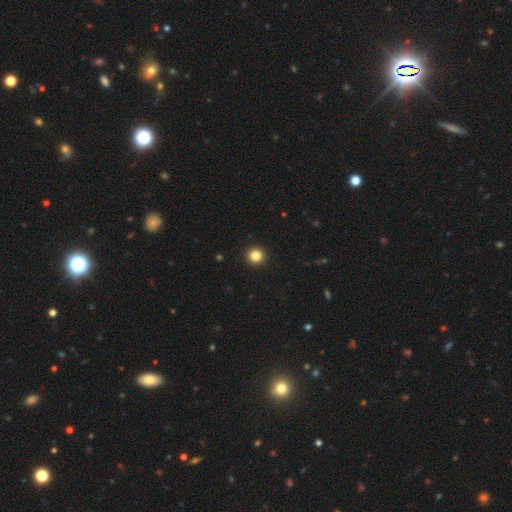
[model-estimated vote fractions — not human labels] Smooth or featured?
  - smooth: 84% *
  - star or artifact: 11%
  - featured or disk: 4%
How rounded?
  - round: 94% *
  - in between: 5%
  - cigar-shaped: 1%
Merging?
  - none: 94% *
  - minor disturbance: 4%
  - major disturbance: 1%
  - merger: 1%